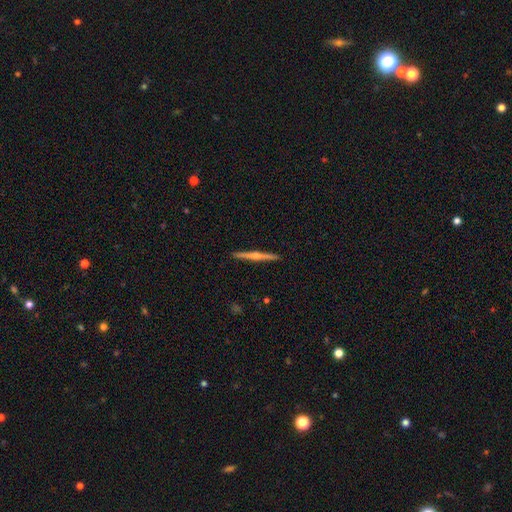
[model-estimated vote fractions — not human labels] Smooth or featured? Predicted: featured or disk (p=0.75). Edge-on disk? Predicted: yes (p=0.98). Edge-on bulge? Predicted: rounded (p=0.89). Merging? Predicted: none (p=0.93).